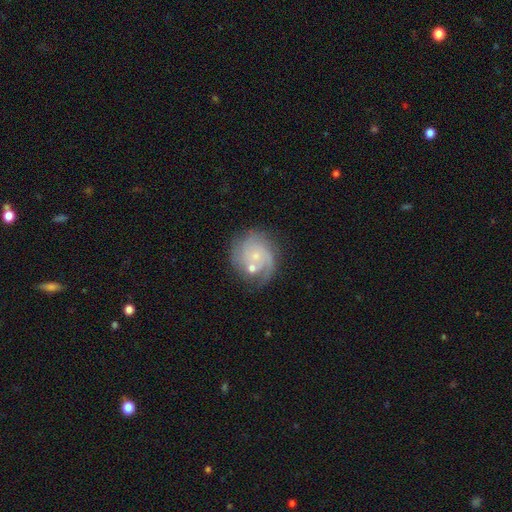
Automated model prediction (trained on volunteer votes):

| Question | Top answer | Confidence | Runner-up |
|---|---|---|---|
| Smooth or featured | featured or disk | 73% | smooth (19%) |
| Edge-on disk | no | 98% | yes (2%) |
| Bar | no | 77% | weak (20%) |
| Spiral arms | yes | 91% | no (9%) |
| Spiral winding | tight | 51% | medium (35%) |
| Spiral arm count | can't tell | 29% | 2 (28%) |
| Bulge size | small | 73% | moderate (20%) |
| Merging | none | 55% | minor disturbance (18%) |